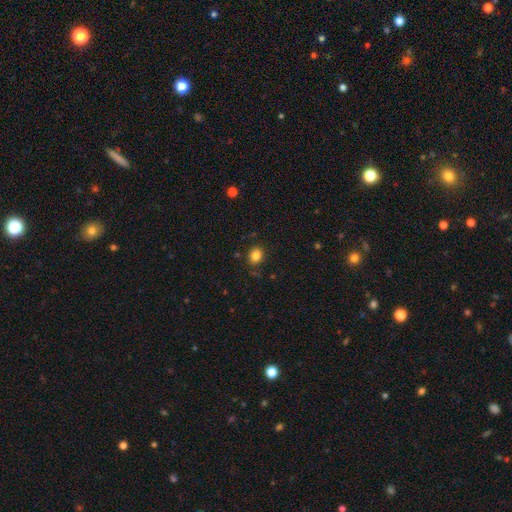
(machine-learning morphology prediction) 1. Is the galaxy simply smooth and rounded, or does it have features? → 83% smooth, 12% star or artifact, 5% featured or disk.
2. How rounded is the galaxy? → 54% round, 45% in between, 1% cigar-shaped.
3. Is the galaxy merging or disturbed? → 85% none, 10% minor disturbance, 3% major disturbance, 2% merger.